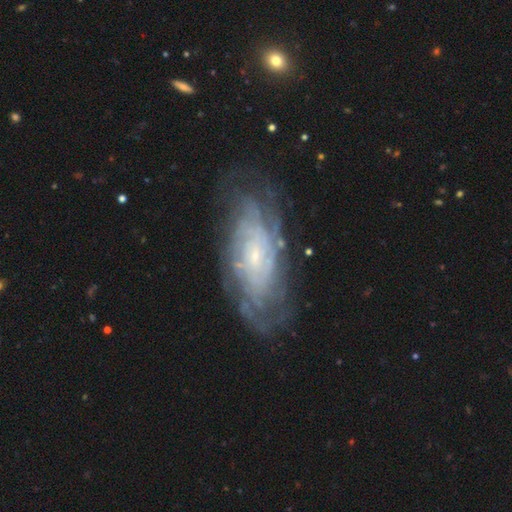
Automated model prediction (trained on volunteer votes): A featured or disk galaxy (83%) with no bar (67%), tight (74%) spiral arms (93%) and a small central bulge (78%). Merging: none (75%).